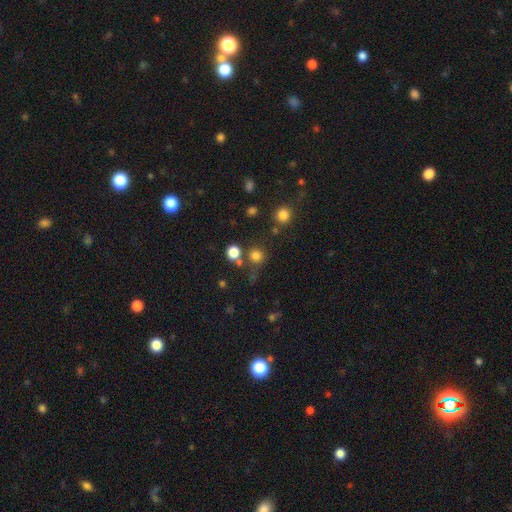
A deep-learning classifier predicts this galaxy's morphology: A smooth galaxy with no disk features (77%) that is round (92%). Merging: none (72%).